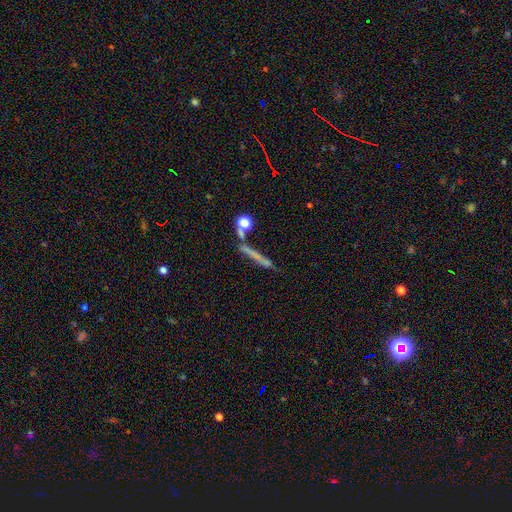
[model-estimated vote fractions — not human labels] Overall: smooth (48%; featured or disk 37%). Merging: none (69%).